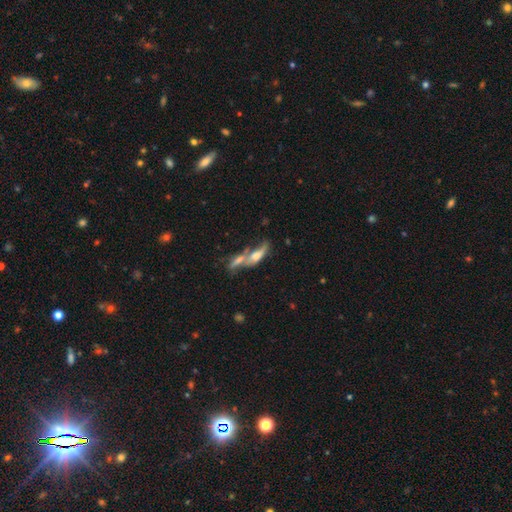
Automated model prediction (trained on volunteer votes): Smooth or featured? Predicted: smooth (p=0.45). Merging? Predicted: merger (p=0.59).